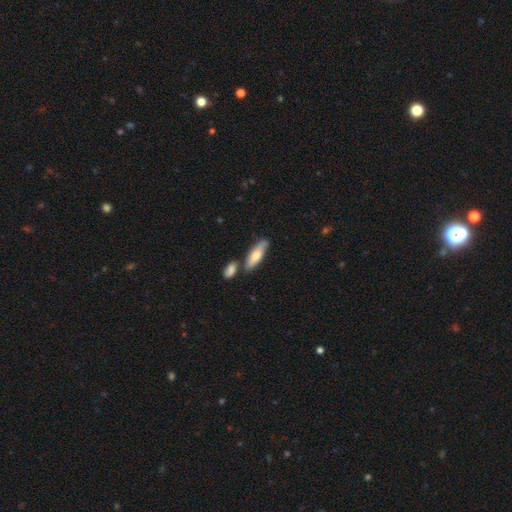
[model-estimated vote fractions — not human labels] Smooth or featured? Predicted: smooth (p=0.67). How rounded? Predicted: cigar-shaped (p=0.50). Merging? Predicted: none (p=0.64).